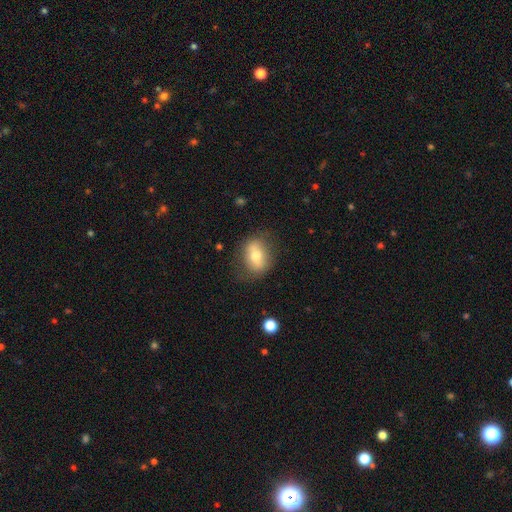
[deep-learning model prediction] Smooth or featured: smooth — 60% (featured or disk — 32%)
How rounded: in between — 63% (round — 34%)
Merging: none — 75% (minor disturbance — 17%)